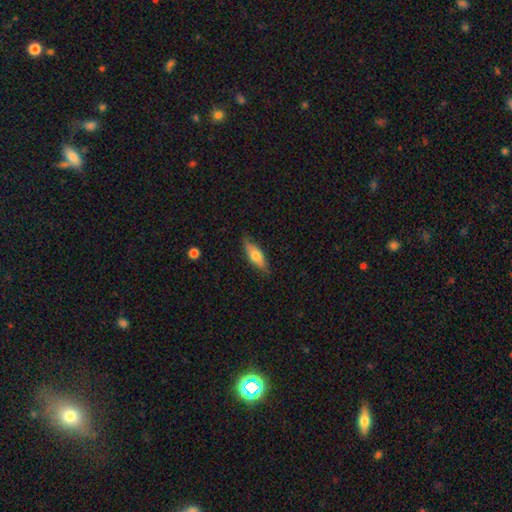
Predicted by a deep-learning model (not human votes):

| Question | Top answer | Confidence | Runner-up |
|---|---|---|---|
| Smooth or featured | smooth | 63% | featured or disk (31%) |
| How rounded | in between | 63% | cigar-shaped (35%) |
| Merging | none | 77% | minor disturbance (18%) |